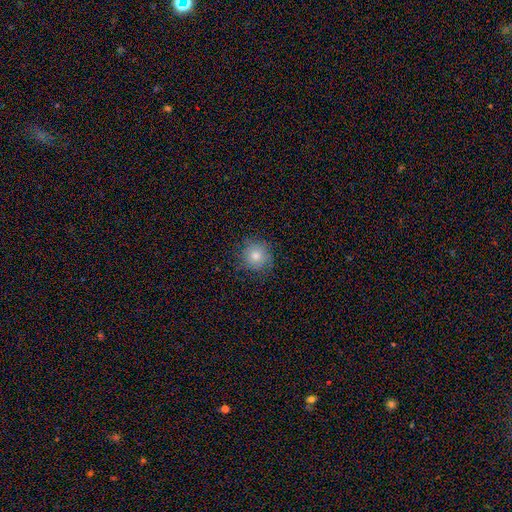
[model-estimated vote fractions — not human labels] This is likely a smooth galaxy (70%). How rounded: clearly round (93%). Merging: clearly none (84%).